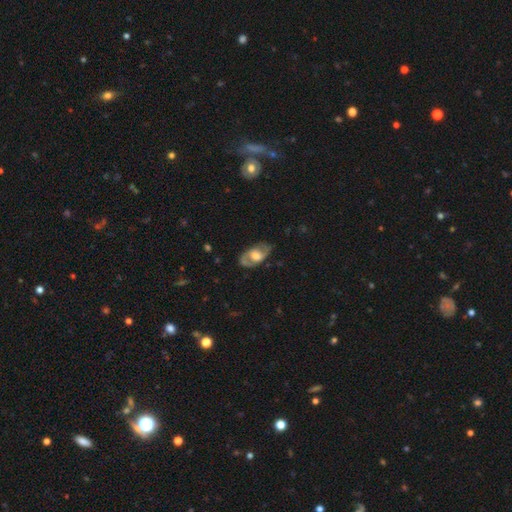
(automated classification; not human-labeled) This is likely a featured or disk galaxy (69%). It is clearly not viewed edge-on (93%). Bar: possibly no (50%). Spiral arm pattern: likely yes (74%). Central bulge: possibly moderate (59%). Merging: likely none (77%).